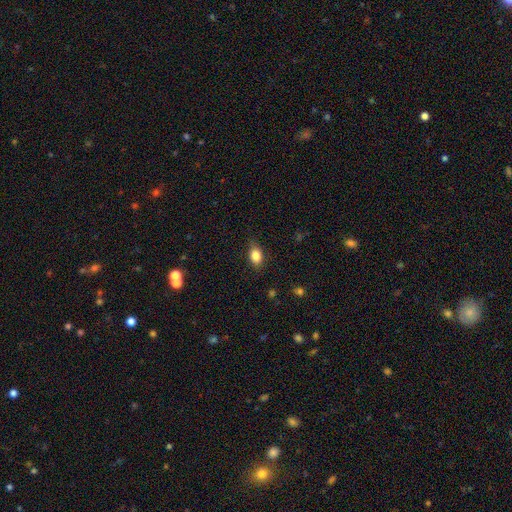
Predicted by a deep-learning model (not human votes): smooth-or-featured: smooth: 84% | star or artifact: 9% | featured or disk: 7%
  how-rounded: in between: 77% | round: 20% | cigar-shaped: 2%
  merging: none: 76% | minor disturbance: 18% | major disturbance: 4% | merger: 1%